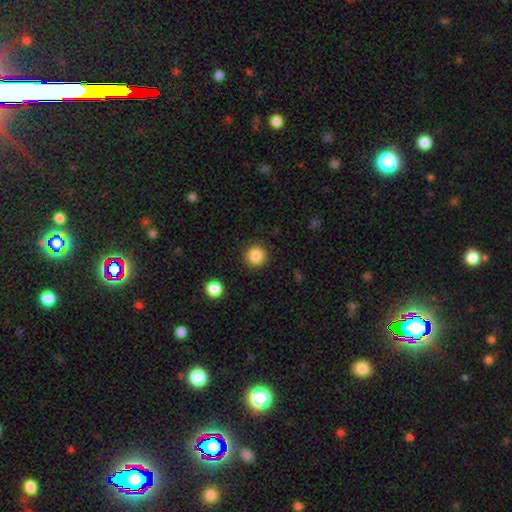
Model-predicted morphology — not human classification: Smooth or featured?
  - smooth: 86% *
  - star or artifact: 10%
  - featured or disk: 4%
How rounded?
  - round: 95% *
  - in between: 4%
  - cigar-shaped: 1%
Merging?
  - none: 91% *
  - minor disturbance: 6%
  - major disturbance: 2%
  - merger: 1%